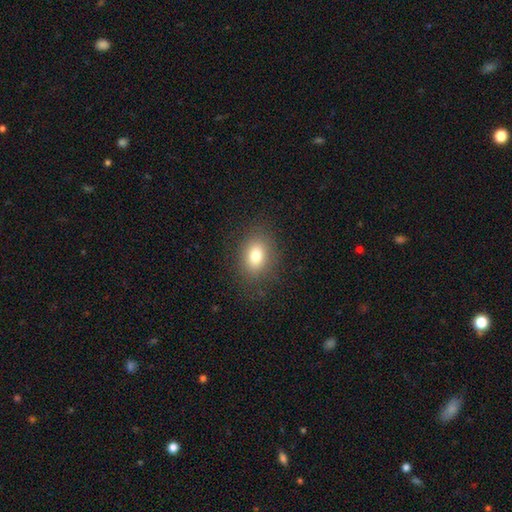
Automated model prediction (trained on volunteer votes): Smooth or featured?
  - smooth: 78% *
  - star or artifact: 11%
  - featured or disk: 10%
How rounded?
  - in between: 68% *
  - round: 31%
  - cigar-shaped: 1%
Merging?
  - none: 85% *
  - minor disturbance: 10%
  - major disturbance: 4%
  - merger: 1%